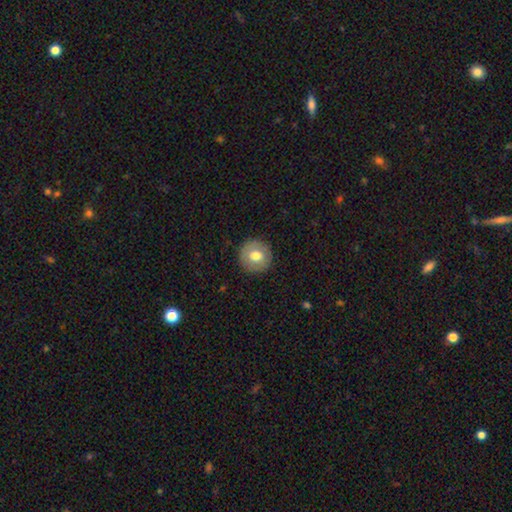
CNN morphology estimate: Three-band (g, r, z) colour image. It shows a smooth galaxy with no disk features (72%) that is round (95%). Merging: none (91%).